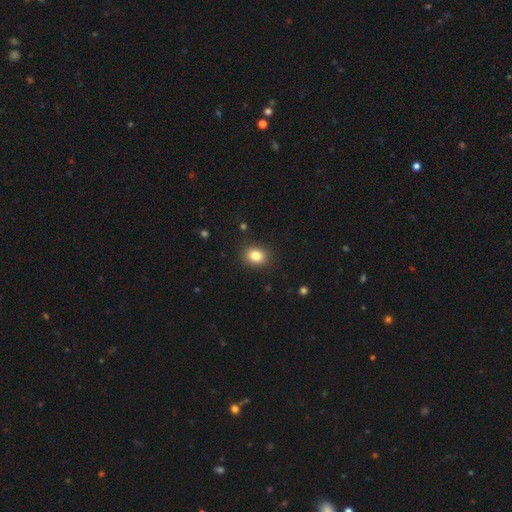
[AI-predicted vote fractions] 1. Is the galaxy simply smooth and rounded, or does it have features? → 83% smooth, 10% star or artifact, 6% featured or disk.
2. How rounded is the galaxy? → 53% round, 47% in between, 1% cigar-shaped.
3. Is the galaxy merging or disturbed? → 88% none, 8% minor disturbance, 2% major disturbance, 1% merger.